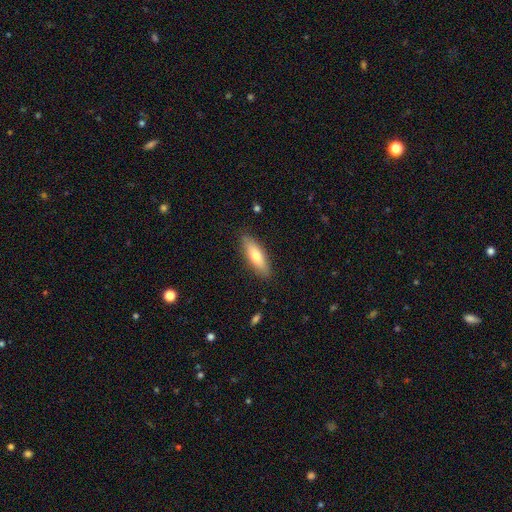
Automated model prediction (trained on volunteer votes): Smooth or featured? smooth (70%)
How rounded? in between (50%)
Merging? none (87%)